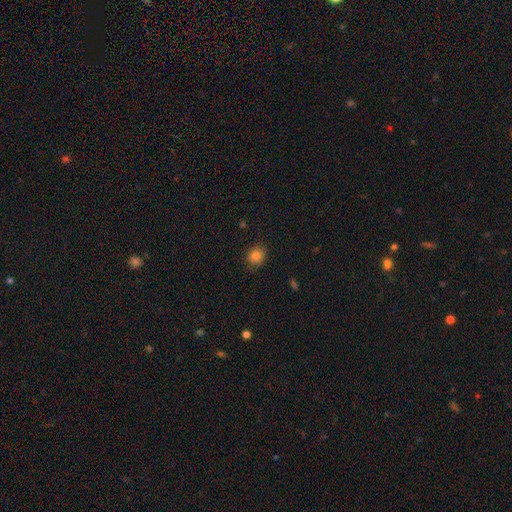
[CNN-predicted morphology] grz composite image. It shows a smooth galaxy with no disk features (83%) that is round (73%). Merging: none (84%).